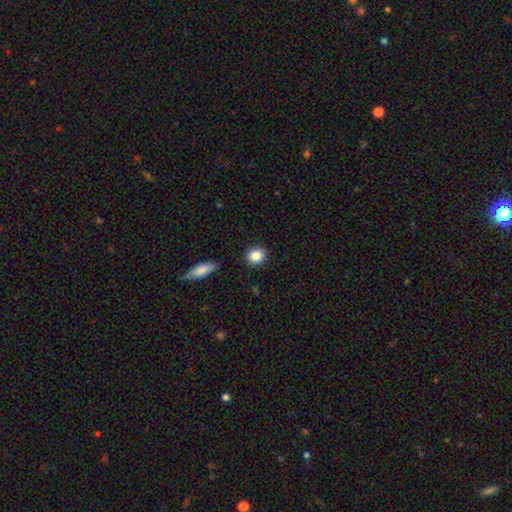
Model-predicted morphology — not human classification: Smooth or featured: smooth — 85% (star or artifact — 9%)
How rounded: round — 84% (in between — 15%)
Merging: none — 88% (minor disturbance — 8%)